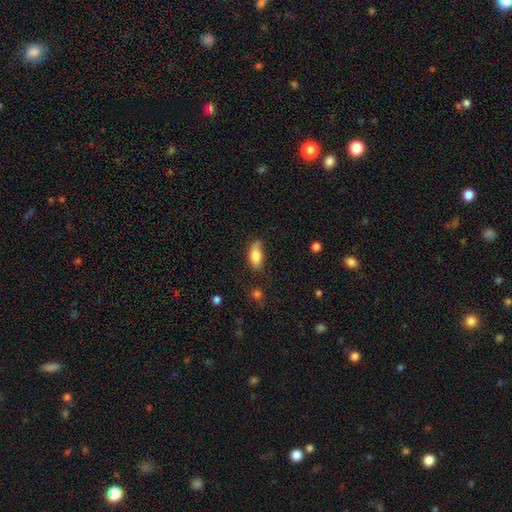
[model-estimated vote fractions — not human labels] This appears to be a smooth galaxy with no disk features (80%) that is in between round and cigar-shaped (89%). Merging: none (58%).